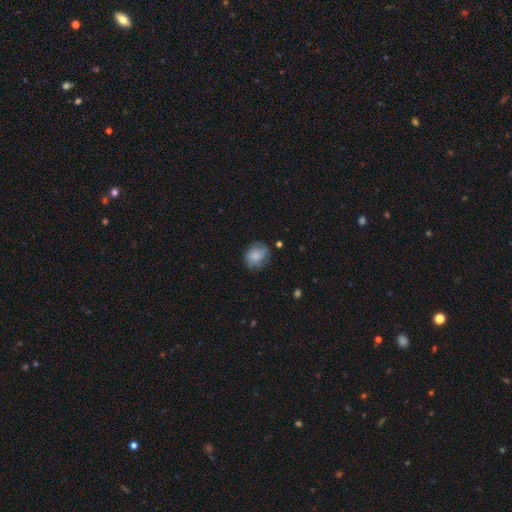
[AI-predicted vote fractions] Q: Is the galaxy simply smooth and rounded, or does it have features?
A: smooth — 73%.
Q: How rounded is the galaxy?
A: round — 56%.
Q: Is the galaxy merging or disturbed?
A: none — 61%.